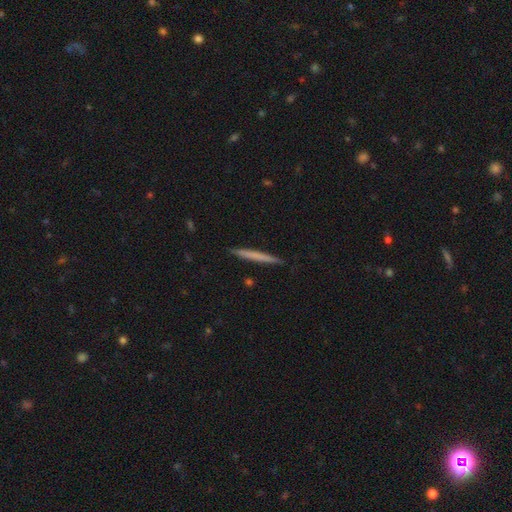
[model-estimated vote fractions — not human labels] Q: Smooth or featured?
A: smooth (62%); runner-up: featured or disk (33%)
Q: How rounded?
A: cigar-shaped (97%); runner-up: in between (2%)
Q: Merging?
A: none (91%); runner-up: minor disturbance (6%)